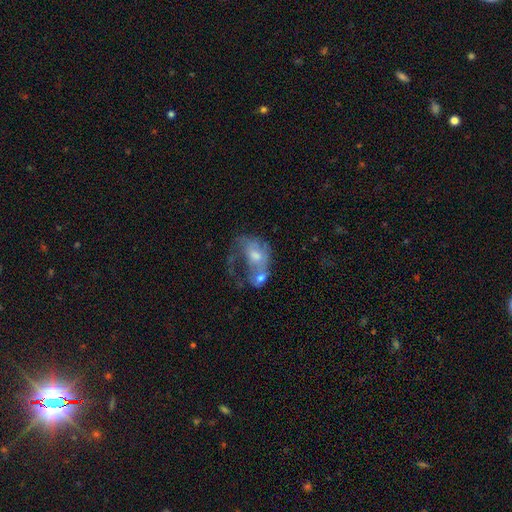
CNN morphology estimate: This appears to be a featured or disk galaxy (55%) with no bar (77%), no spiral arms (59%) and a moderate central bulge (57%). Merging: merger (49%).